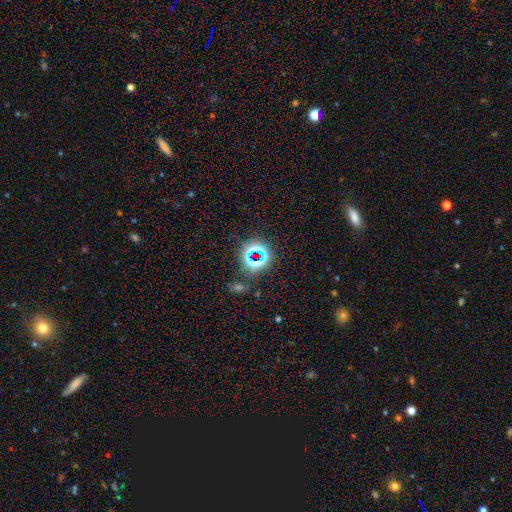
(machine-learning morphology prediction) Q: Smooth or featured?
A: star or artifact (67%); runner-up: smooth (23%)